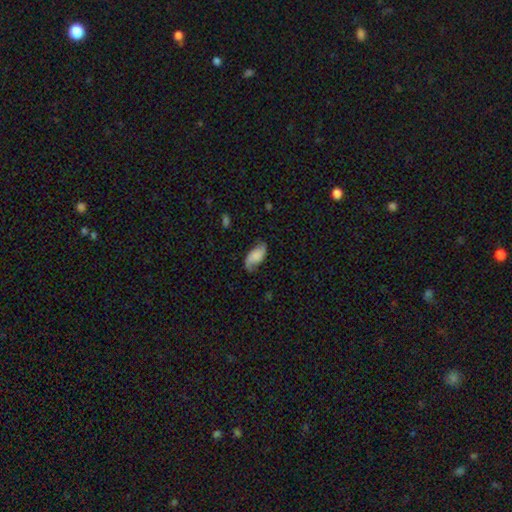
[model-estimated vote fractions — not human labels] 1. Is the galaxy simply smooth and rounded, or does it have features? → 53% smooth, 39% featured or disk, 8% star or artifact.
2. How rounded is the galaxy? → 92% in between, 5% cigar-shaped, 3% round.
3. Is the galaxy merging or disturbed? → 65% none, 25% minor disturbance, 8% major disturbance, 2% merger.